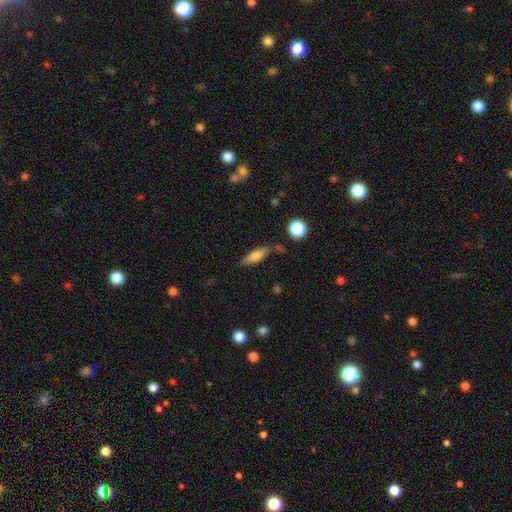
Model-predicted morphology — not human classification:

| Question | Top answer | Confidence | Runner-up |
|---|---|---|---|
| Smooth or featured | smooth | 66% | featured or disk (26%) |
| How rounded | cigar-shaped | 51% | in between (45%) |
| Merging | none | 71% | minor disturbance (18%) |